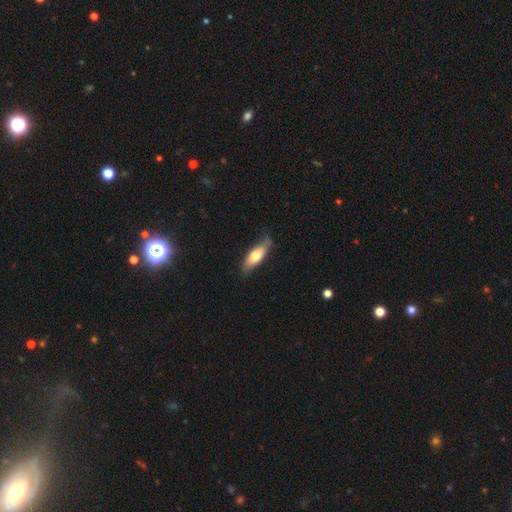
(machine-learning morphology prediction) Overall: smooth (59%; featured or disk 35%). How rounded: in between (58%; cigar-shaped 39%). Merging: none (67%).